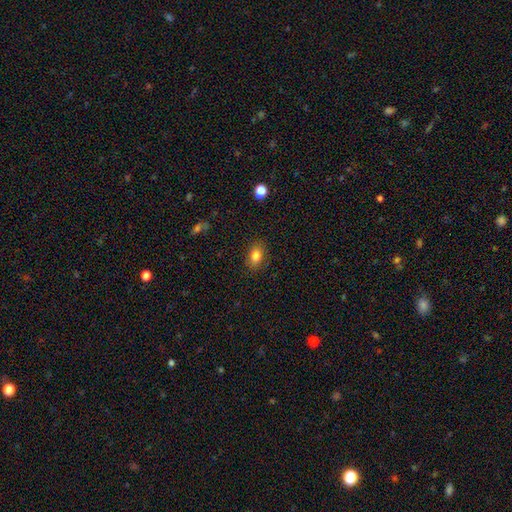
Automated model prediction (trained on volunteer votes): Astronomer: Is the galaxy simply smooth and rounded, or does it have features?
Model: smooth — 83%.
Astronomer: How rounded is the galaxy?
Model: in between — 80%.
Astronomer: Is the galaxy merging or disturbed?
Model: none — 85%.